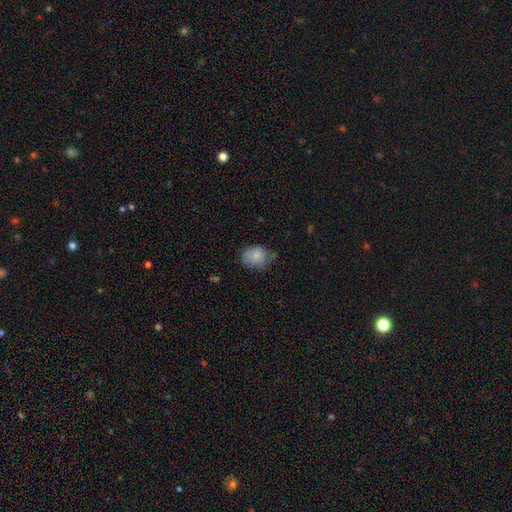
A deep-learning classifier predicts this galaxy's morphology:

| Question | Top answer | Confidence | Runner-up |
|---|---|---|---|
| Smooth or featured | smooth | 83% | star or artifact (9%) |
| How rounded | in between | 50% | round (49%) |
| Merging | none | 57% | minor disturbance (32%) |